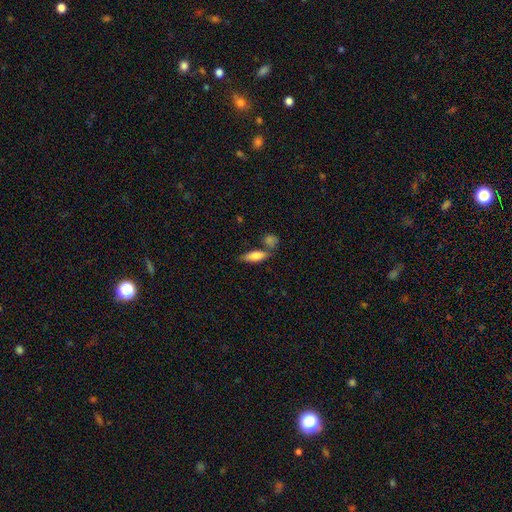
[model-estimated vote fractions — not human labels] Morphology: type=smooth (81%); roundness=in between (69%); merging=none (56%).